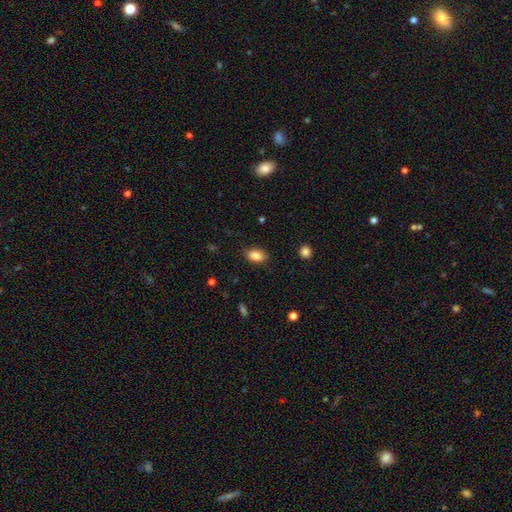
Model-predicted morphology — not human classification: Q: Smooth or featured?
A: smooth (87%); runner-up: star or artifact (8%)
Q: How rounded?
A: in between (90%); runner-up: round (6%)
Q: Merging?
A: none (84%); runner-up: minor disturbance (12%)